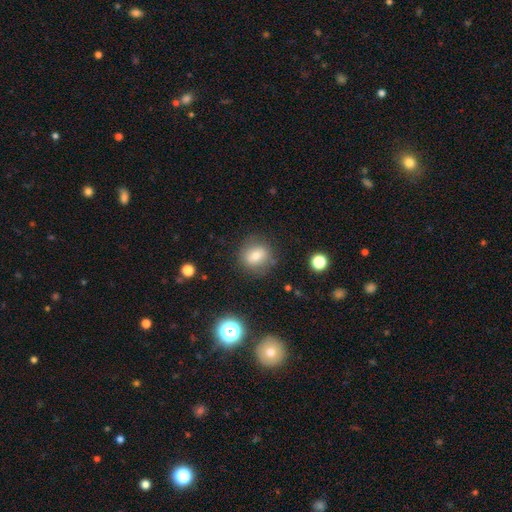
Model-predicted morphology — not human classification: Smooth or featured: smooth — 71% (featured or disk — 16%)
How rounded: round — 70% (in between — 29%)
Merging: none — 82% (minor disturbance — 12%)